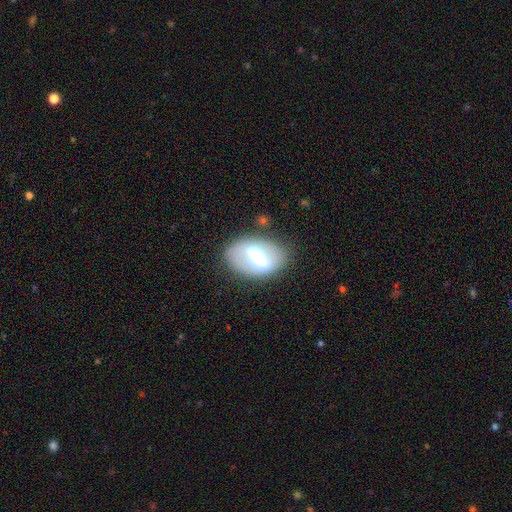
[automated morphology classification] The model was most divided on "smooth or featured": featured or disk: 51%, smooth: 41%, star or artifact: 8%. More confident: edge-on disk — no (92%); merging — none (66%).